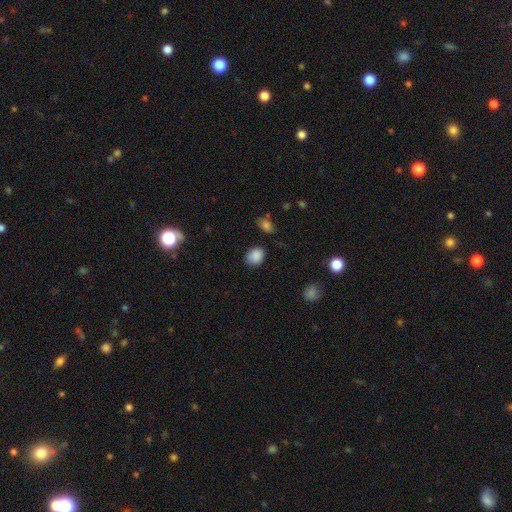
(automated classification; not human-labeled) Smooth or featured? Predicted: smooth (p=0.86). How rounded? Predicted: round (p=0.52). Merging? Predicted: none (p=0.75).